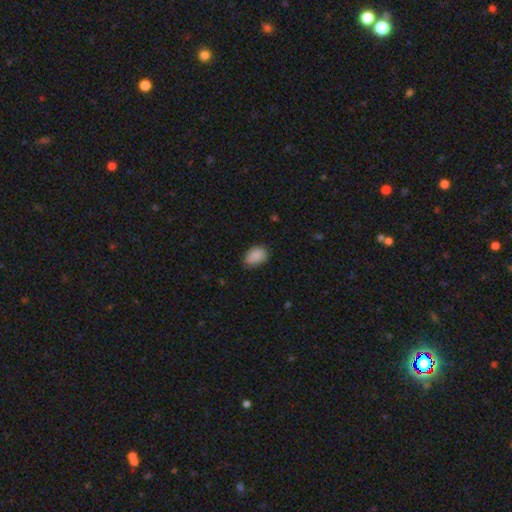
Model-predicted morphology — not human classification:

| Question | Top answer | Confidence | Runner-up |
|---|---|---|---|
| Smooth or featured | smooth | 89% | star or artifact (7%) |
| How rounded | in between | 83% | round (15%) |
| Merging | none | 73% | minor disturbance (22%) |